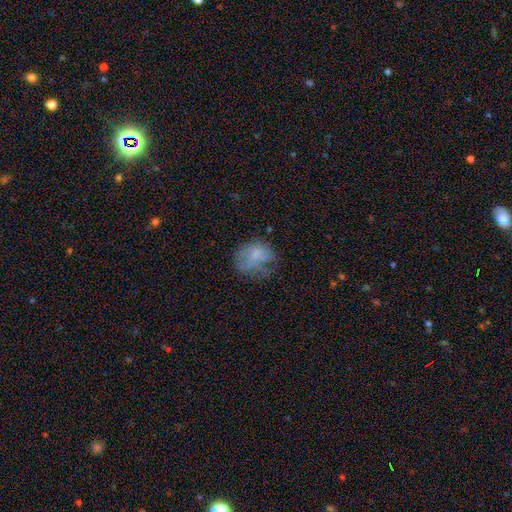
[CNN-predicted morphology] smooth-or-featured: smooth: 56% | featured or disk: 31% | star or artifact: 12%
  how-rounded: in between: 52% | round: 47% | cigar-shaped: 1%
  merging: none: 40% | major disturbance: 29% | minor disturbance: 28% | merger: 3%